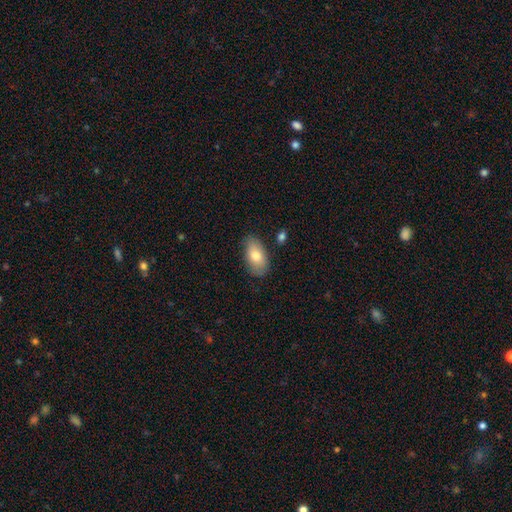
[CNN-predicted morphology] smooth_or_featured: smooth (p=0.77) [alt: featured or disk p=0.17]
how_rounded: in between (p=0.93) [alt: round p=0.04]
merging: none (p=0.80) [alt: minor disturbance p=0.15]